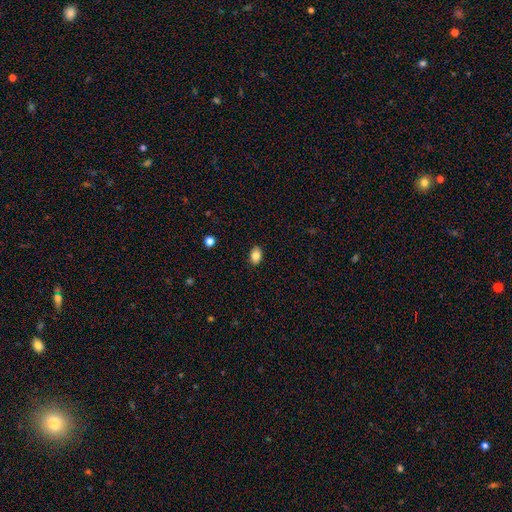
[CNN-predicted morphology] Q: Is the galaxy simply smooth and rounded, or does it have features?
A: smooth — 84%.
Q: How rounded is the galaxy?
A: in between — 81%.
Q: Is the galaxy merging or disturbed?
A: none — 89%.